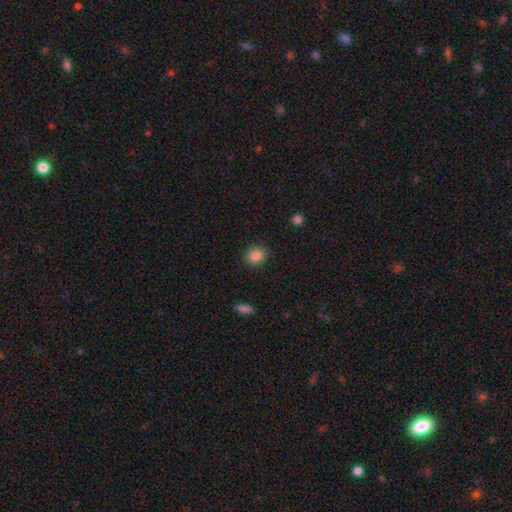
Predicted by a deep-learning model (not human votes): A smooth galaxy with no disk features (86%) that is round (63%). Merging: none (88%).